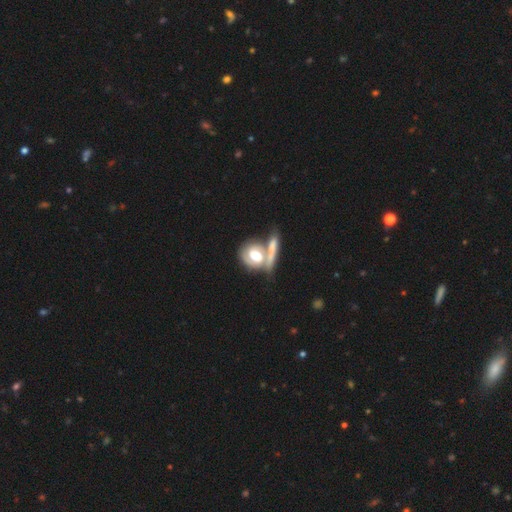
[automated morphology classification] Smooth or featured: featured or disk — 50% (smooth — 44%)
Merging: merger — 45% (none — 33%)